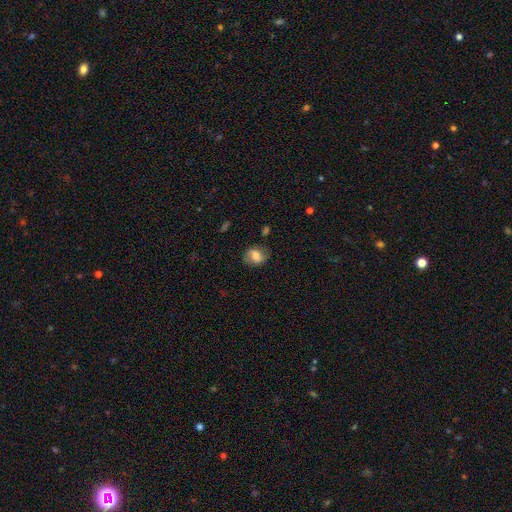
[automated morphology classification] Smooth or featured? Predicted: smooth (p=0.62). How rounded? Predicted: in between (p=0.54). Merging? Predicted: none (p=0.70).